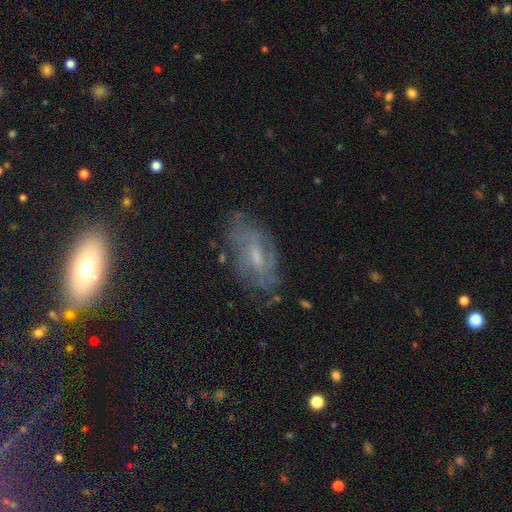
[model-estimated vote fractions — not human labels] A featured or disk galaxy (62%) with no bar (46%), spiral arms (70%) and a small central bulge (44%). Merging: none (66%).